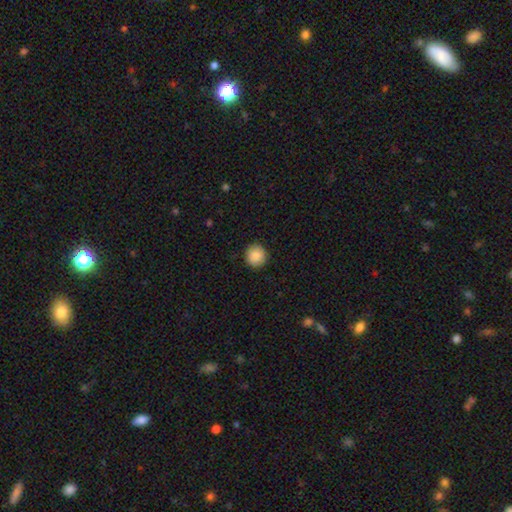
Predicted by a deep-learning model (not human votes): A smooth galaxy with no disk features (88%) that is round (93%).

Vote fractions:
- Smooth or featured? smooth: 88% / star or artifact: 8% / featured or disk: 4%
- How rounded? round: 93% / in between: 6% / cigar-shaped: 1%
- Merging? none: 92% / minor disturbance: 5% / major disturbance: 2% / merger: 1%